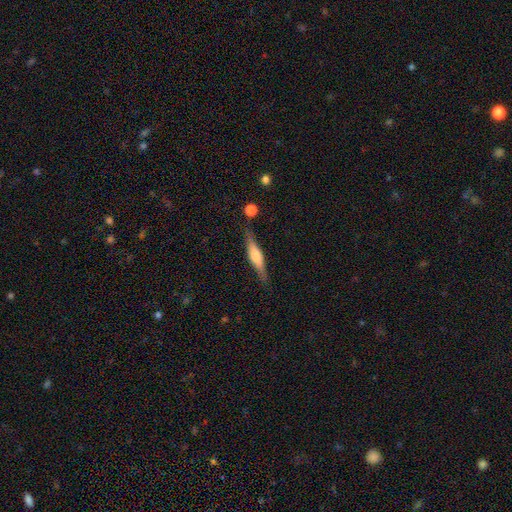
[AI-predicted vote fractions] The model was most divided on "smooth or featured": featured or disk: 55%, smooth: 38%, star or artifact: 6%. More confident: edge-on disk — yes (95%); merging — none (81%); edge-on bulge — rounded (70%).